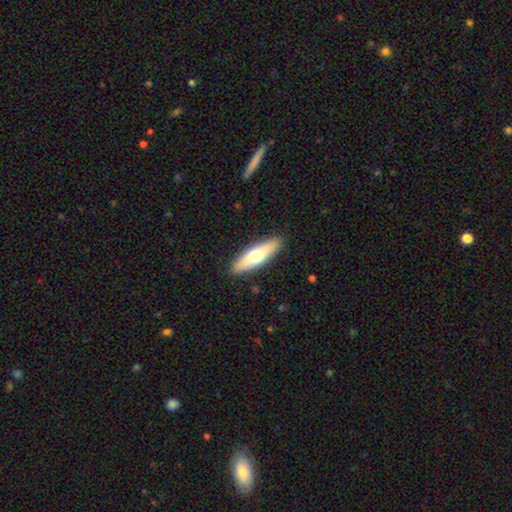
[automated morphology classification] This appears to be a smooth galaxy with no disk features (59%) that is cigar-shaped (63%). Merging: none (89%).